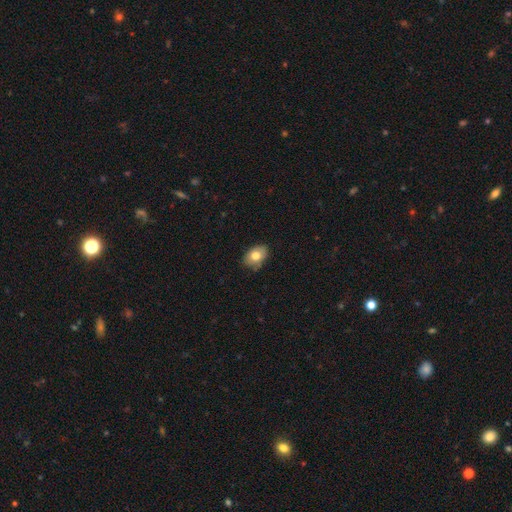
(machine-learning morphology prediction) type=smooth (77%); roundness=in between (78%); merging=none (77%).